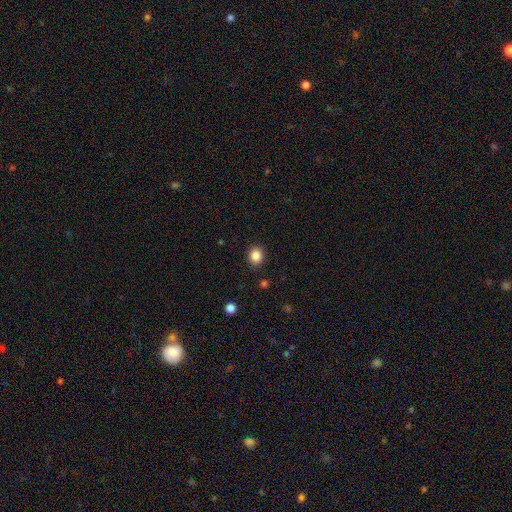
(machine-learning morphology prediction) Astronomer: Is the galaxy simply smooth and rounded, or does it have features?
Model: smooth — 85%.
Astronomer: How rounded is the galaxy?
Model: round — 75%.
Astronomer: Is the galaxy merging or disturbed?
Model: none — 90%.